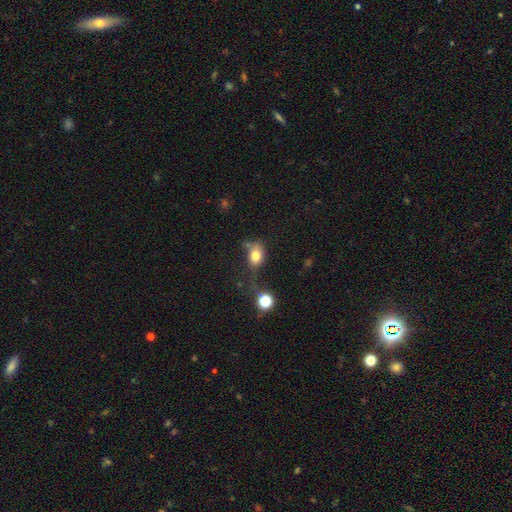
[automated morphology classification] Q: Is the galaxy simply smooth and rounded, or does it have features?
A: smooth — 76%.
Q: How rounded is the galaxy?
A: in between — 63%.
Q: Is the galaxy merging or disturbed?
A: none — 41%.